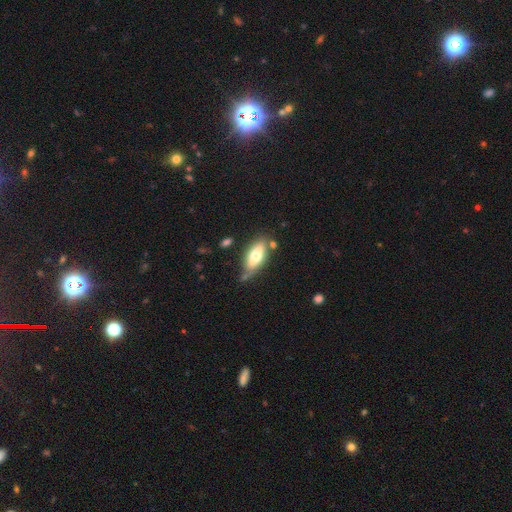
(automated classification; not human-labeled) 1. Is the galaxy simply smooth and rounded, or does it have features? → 64% smooth, 30% featured or disk, 7% star or artifact.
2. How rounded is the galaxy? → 80% in between, 17% cigar-shaped, 3% round.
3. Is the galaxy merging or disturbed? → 61% none, 23% minor disturbance, 9% merger, 6% major disturbance.